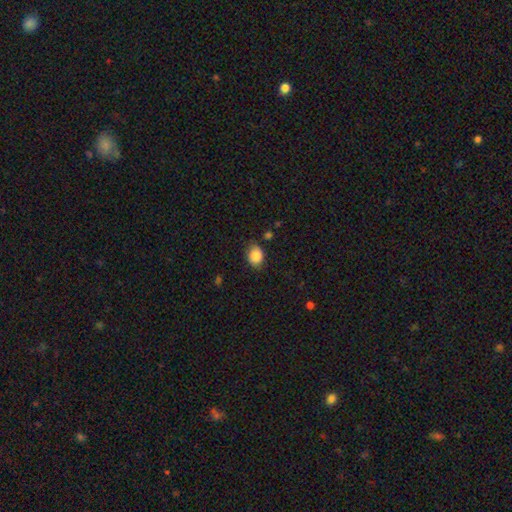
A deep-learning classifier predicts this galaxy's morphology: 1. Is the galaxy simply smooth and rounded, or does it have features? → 87% smooth, 8% star or artifact, 5% featured or disk.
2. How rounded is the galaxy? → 56% in between, 43% round, 1% cigar-shaped.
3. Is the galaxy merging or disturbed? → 75% none, 19% minor disturbance, 4% major disturbance, 2% merger.